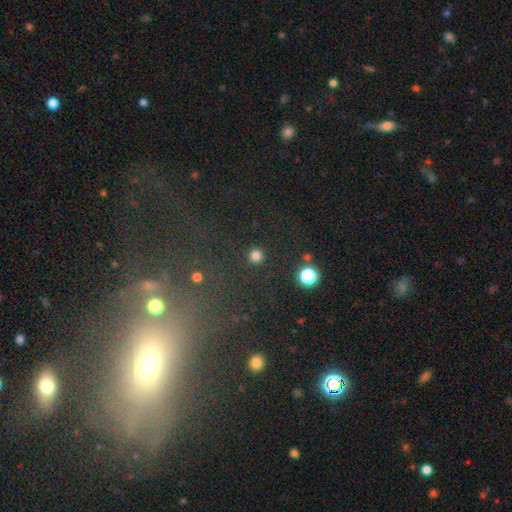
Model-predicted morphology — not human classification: smooth-or-featured: smooth: 80% | star or artifact: 16% | featured or disk: 4%
  how-rounded: round: 95% | in between: 4% | cigar-shaped: 1%
  merging: none: 91% | minor disturbance: 5% | major disturbance: 2% | merger: 2%